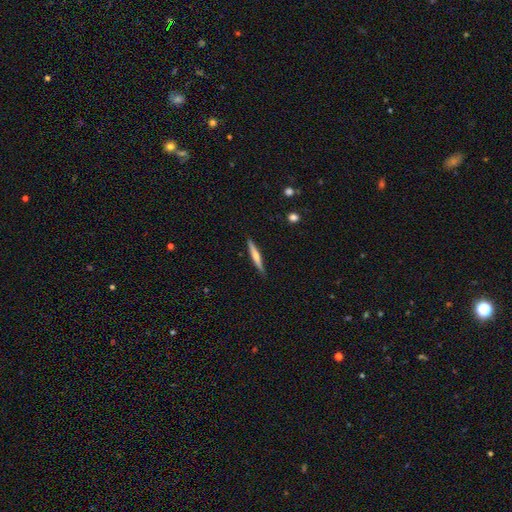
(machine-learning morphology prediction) smooth-or-featured: featured or disk: 48% | smooth: 47% | star or artifact: 6%
  merging: none: 88% | minor disturbance: 9% | major disturbance: 2% | merger: 1%